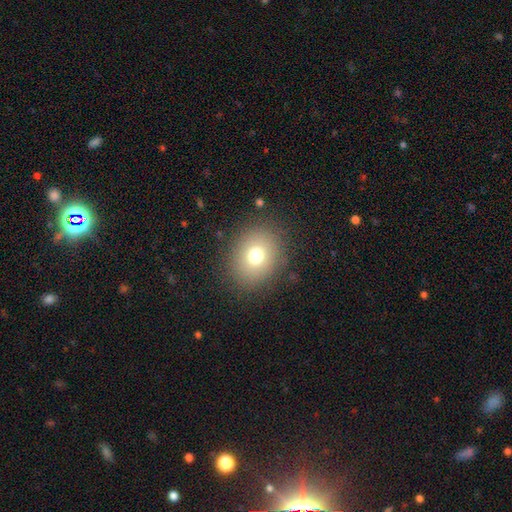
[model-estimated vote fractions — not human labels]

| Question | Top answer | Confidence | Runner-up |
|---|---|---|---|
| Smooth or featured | smooth | 74% | star or artifact (14%) |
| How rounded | round | 62% | in between (37%) |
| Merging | none | 86% | minor disturbance (9%) |